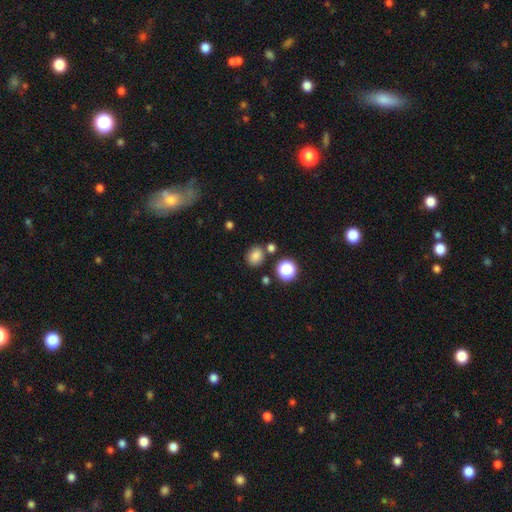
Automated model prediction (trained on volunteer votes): smooth_or_featured: smooth (p=0.81) [alt: star or artifact p=0.15]
how_rounded: round (p=0.61) [alt: in between p=0.38]
merging: none (p=0.75) [alt: minor disturbance p=0.11]